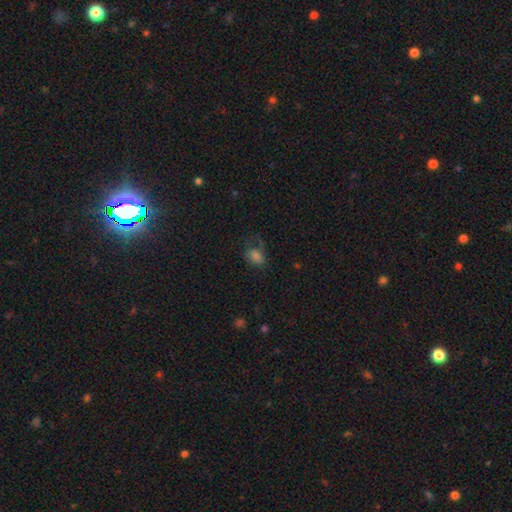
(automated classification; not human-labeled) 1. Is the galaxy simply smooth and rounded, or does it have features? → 61% smooth, 22% featured or disk, 17% star or artifact.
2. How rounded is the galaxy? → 75% in between, 23% round, 2% cigar-shaped.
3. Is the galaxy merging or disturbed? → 43% none, 31% major disturbance, 23% minor disturbance, 2% merger.